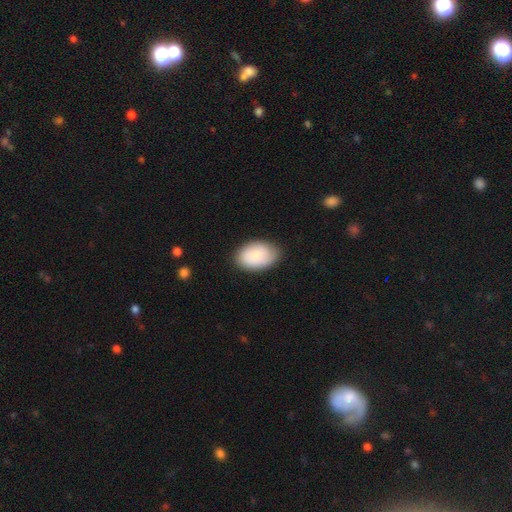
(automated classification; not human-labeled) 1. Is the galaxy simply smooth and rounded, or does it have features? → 79% smooth, 15% featured or disk, 6% star or artifact.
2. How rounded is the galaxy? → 87% in between, 12% round, 1% cigar-shaped.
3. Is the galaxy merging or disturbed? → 81% none, 15% minor disturbance, 3% major disturbance, 1% merger.